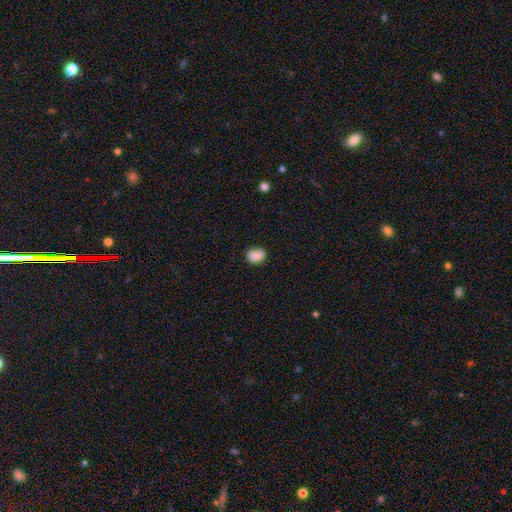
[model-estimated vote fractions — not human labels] Smooth or featured? Predicted: smooth (p=0.87). How rounded? Predicted: in between (p=0.65). Merging? Predicted: none (p=0.72).